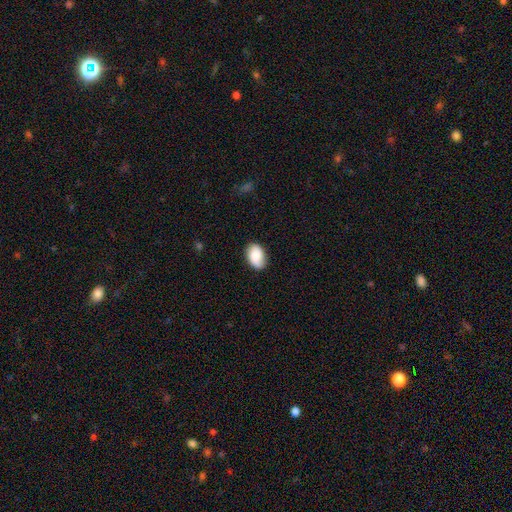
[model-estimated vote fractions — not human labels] Morphology: type=smooth (80%); roundness=in between (89%); merging=none (80%).